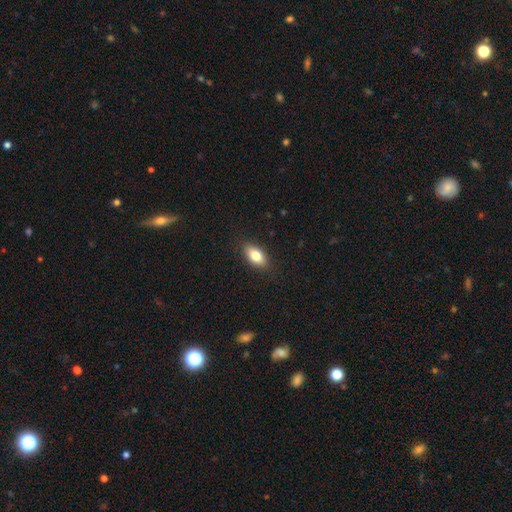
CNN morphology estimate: Smooth or featured?
  - smooth: 80% *
  - featured or disk: 13%
  - star or artifact: 8%
How rounded?
  - in between: 88% *
  - cigar-shaped: 6%
  - round: 6%
Merging?
  - none: 88% *
  - minor disturbance: 9%
  - major disturbance: 2%
  - merger: 1%